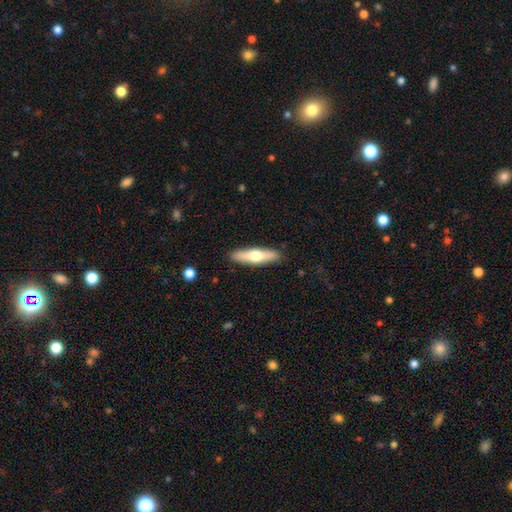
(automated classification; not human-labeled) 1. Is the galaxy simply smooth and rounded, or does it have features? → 54% smooth, 41% featured or disk, 5% star or artifact.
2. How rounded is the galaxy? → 74% cigar-shaped, 24% in between, 2% round.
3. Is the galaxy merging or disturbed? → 89% none, 8% minor disturbance, 2% major disturbance, 1% merger.